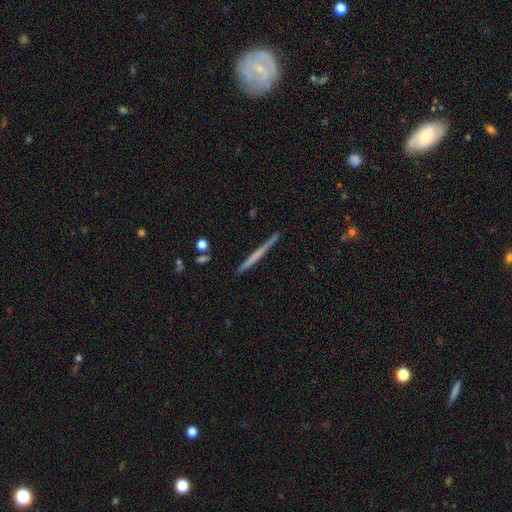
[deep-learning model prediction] Smooth or featured? Predicted: featured or disk (p=0.51). Edge-on disk? Predicted: yes (p=0.98). Merging? Predicted: none (p=0.90).